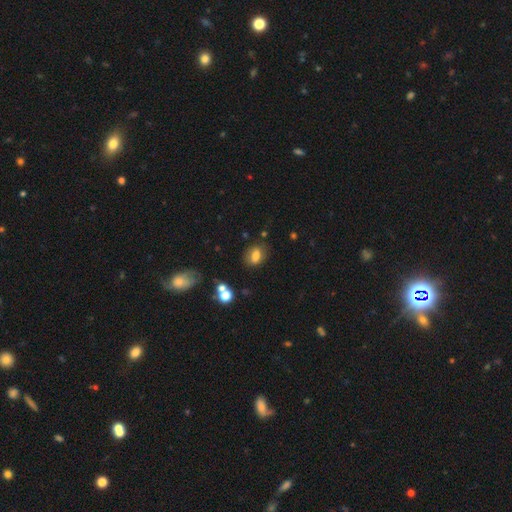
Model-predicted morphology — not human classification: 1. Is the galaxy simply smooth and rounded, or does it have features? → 75% smooth, 14% featured or disk, 11% star or artifact.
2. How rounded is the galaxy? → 71% in between, 27% round, 2% cigar-shaped.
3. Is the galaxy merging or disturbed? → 73% none, 17% minor disturbance, 5% major disturbance, 5% merger.